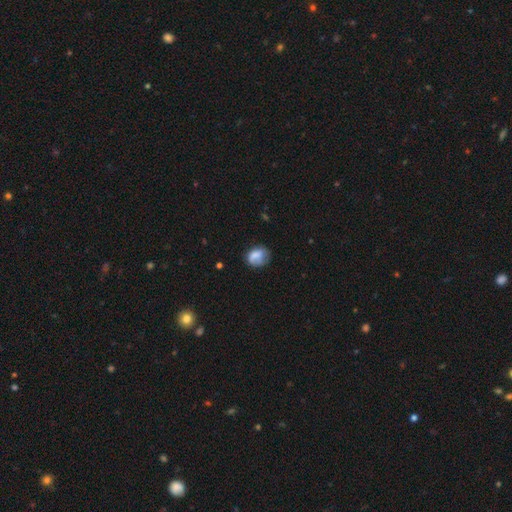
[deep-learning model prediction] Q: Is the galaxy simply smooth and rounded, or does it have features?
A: smooth — 69%.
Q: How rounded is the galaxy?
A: in between — 51%.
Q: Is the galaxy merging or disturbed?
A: none — 50%.